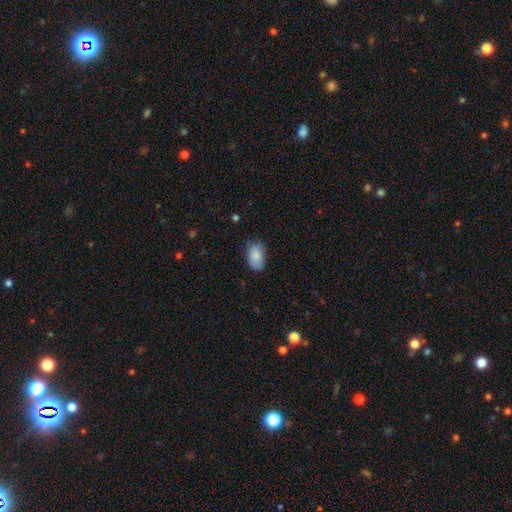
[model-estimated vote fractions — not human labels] smooth_or_featured: smooth (p=0.86) [alt: featured or disk p=0.07]
how_rounded: in between (p=0.91) [alt: round p=0.08]
merging: none (p=0.67) [alt: minor disturbance p=0.26]